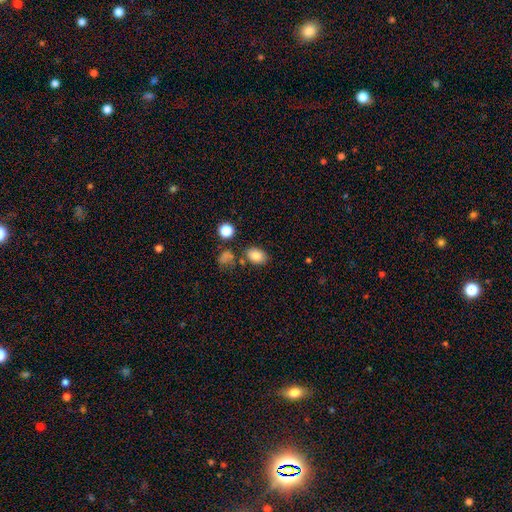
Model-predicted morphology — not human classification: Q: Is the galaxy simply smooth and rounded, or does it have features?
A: smooth — 82%.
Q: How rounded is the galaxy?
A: in between — 79%.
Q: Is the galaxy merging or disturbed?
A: none — 77%.